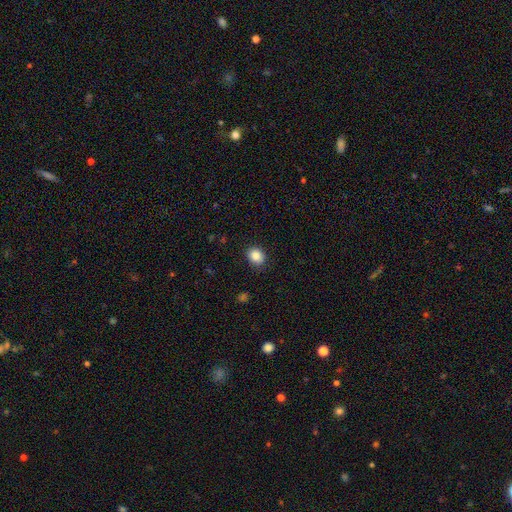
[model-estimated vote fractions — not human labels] smooth-or-featured: smooth: 87% | star or artifact: 9% | featured or disk: 4%
  how-rounded: round: 54% | in between: 45% | cigar-shaped: 1%
  merging: none: 88% | minor disturbance: 9% | major disturbance: 2% | merger: 1%